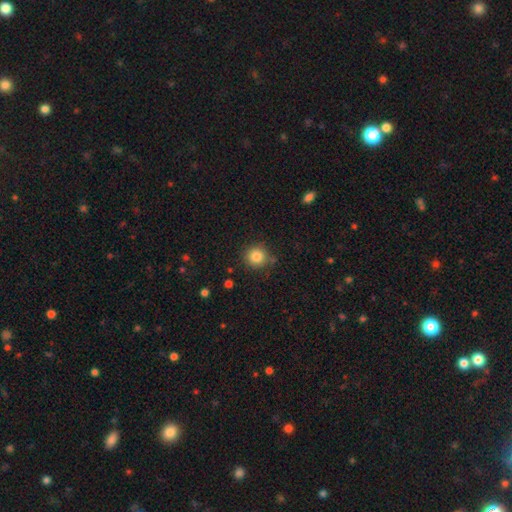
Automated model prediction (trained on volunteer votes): This is clearly a smooth galaxy (83%). How rounded: clearly round (93%). Merging: clearly none (84%).